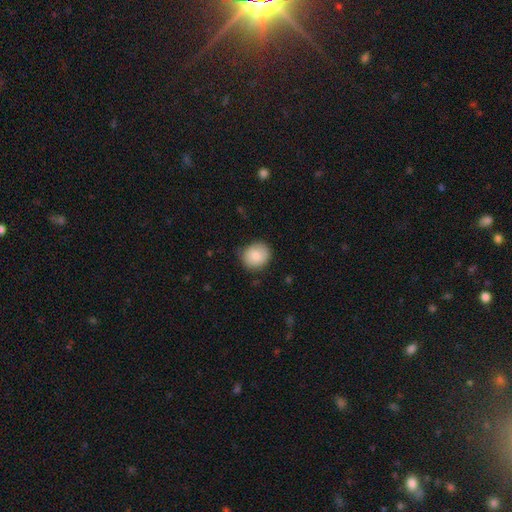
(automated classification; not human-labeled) smooth-or-featured: smooth: 82% | featured or disk: 11% | star or artifact: 7%
  how-rounded: round: 80% | in between: 19% | cigar-shaped: 1%
  merging: none: 80% | minor disturbance: 16% | major disturbance: 3% | merger: 1%